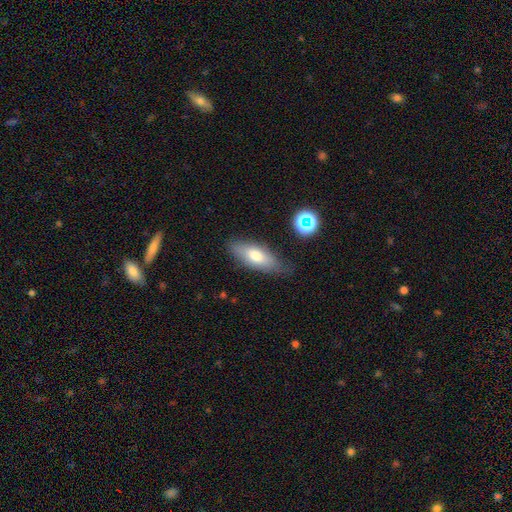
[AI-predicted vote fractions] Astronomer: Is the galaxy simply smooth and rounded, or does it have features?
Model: smooth — 68%.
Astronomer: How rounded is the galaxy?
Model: in between — 72%.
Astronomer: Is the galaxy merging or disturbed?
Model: none — 73%.